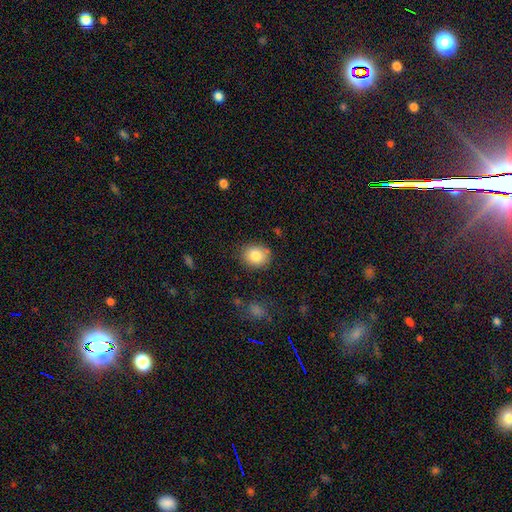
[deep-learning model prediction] Overall: smooth (82%). How rounded: round (57%; in between 42%). Merging: none (81%).